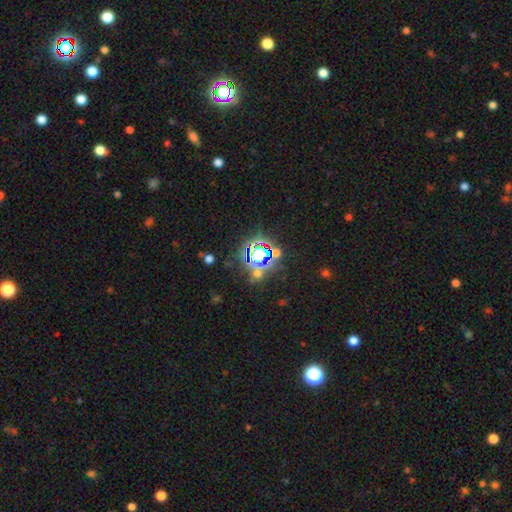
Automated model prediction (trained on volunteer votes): star or artifact 65%, smooth 24%, featured or disk 11%.